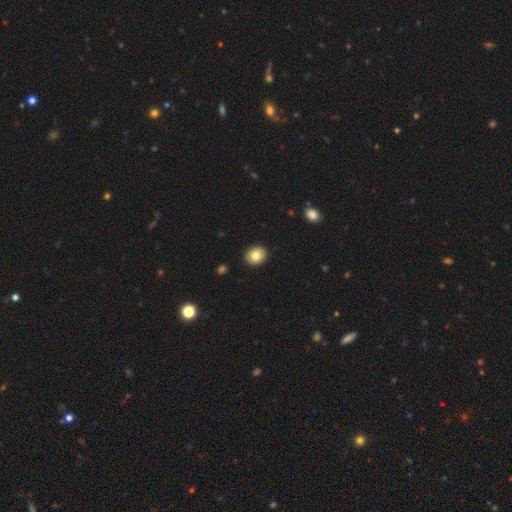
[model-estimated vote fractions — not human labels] Overall: smooth (80%). How rounded: round (67%; in between 32%). Merging: none (92%).